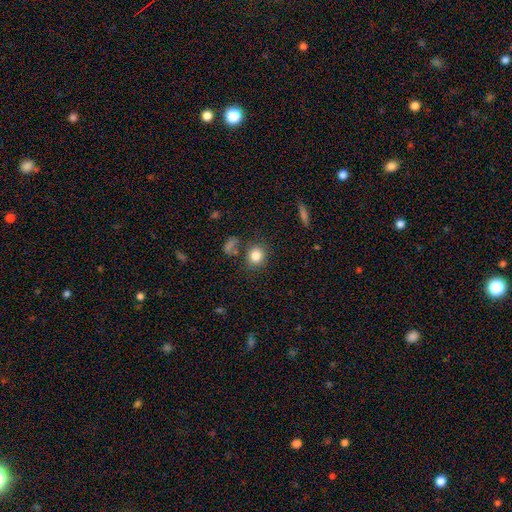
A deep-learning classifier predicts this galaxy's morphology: smooth 83%, star or artifact 10%, featured or disk 6%. Down the decision tree: how rounded — round (80%); merging — none (78%).